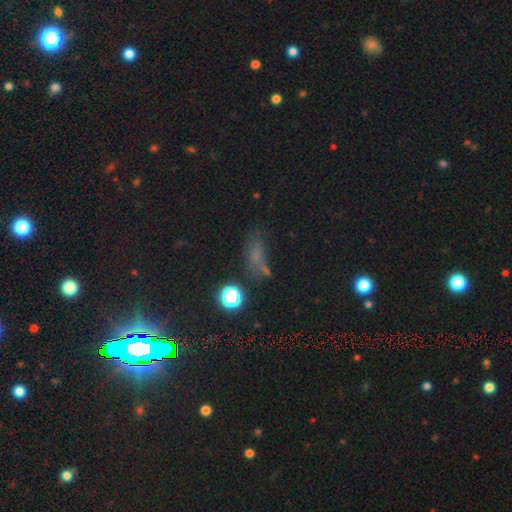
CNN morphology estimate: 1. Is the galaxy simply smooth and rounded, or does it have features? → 47% smooth, 39% star or artifact, 14% featured or disk.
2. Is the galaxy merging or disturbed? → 52% none, 21% minor disturbance, 16% major disturbance, 12% merger.